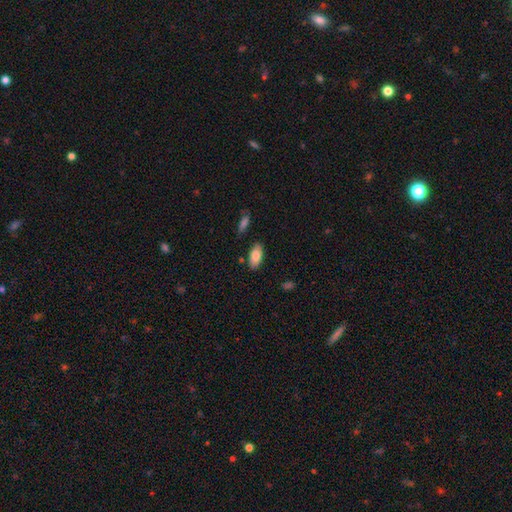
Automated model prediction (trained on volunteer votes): The model was most divided on "smooth or featured": smooth: 82%, featured or disk: 11%, star or artifact: 7%. More confident: how rounded — in between (91%); merging — none (84%).